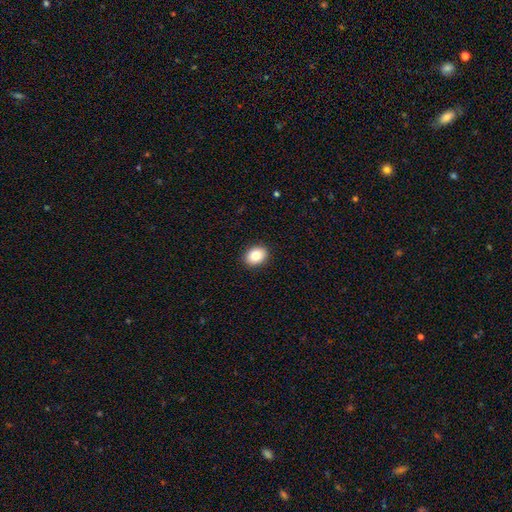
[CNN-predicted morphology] This is clearly a smooth galaxy (85%). How rounded: likely in between (64%). Merging: clearly none (91%).